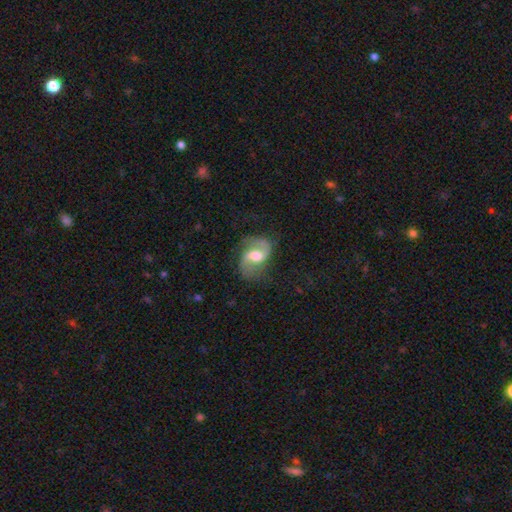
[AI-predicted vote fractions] This appears to be a featured or disk galaxy (82%) with a weak bar (54%), 2 (91%) loose (49%) spiral arms (95%) and a moderate central bulge (59%). Merging: none (68%).